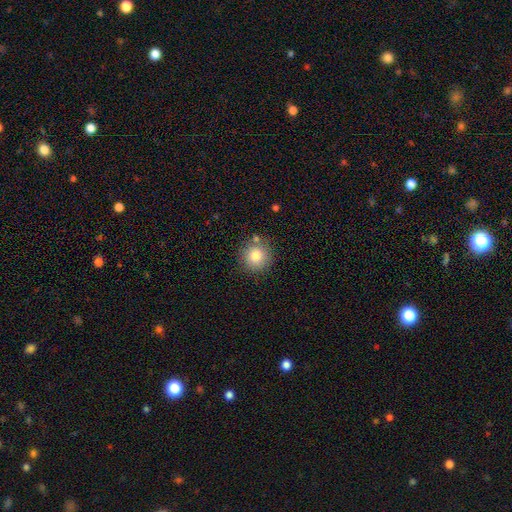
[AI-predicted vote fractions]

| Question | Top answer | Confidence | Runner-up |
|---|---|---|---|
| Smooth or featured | smooth | 81% | star or artifact (10%) |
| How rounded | round | 93% | in between (6%) |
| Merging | none | 79% | minor disturbance (10%) |